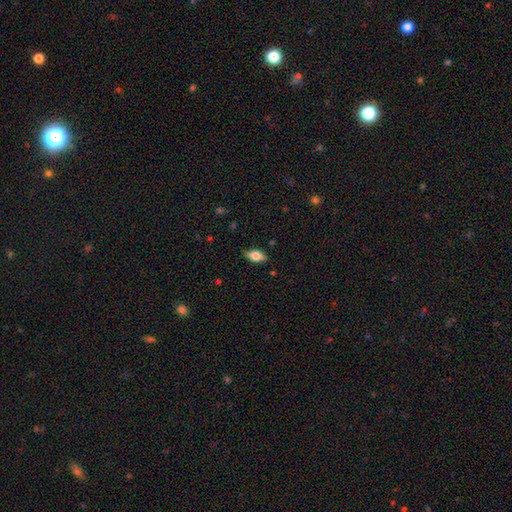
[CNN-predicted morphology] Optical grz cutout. It shows a smooth galaxy with no disk features (78%) that is in between round and cigar-shaped (89%). Merging: none (84%).